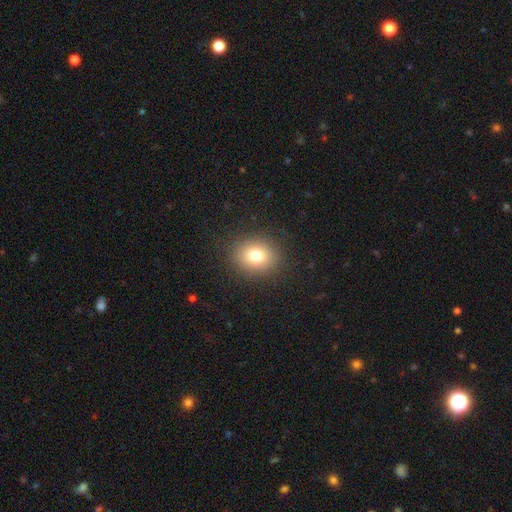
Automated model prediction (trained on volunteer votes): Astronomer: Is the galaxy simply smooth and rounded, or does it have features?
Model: smooth — 79%.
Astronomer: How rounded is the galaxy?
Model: round — 66%.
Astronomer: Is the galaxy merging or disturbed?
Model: none — 88%.